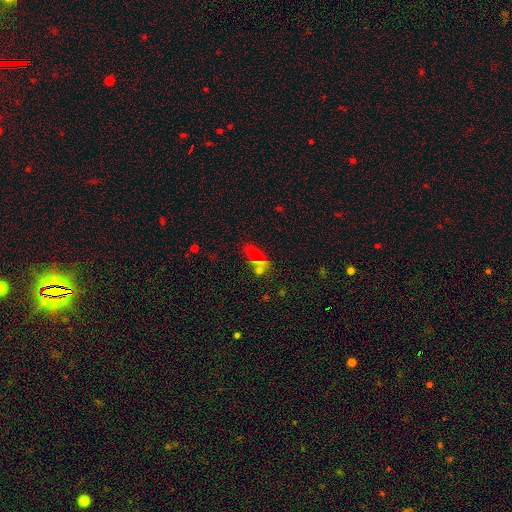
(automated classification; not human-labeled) This is possibly a smooth galaxy (56%). How rounded: possibly in between (59%). Merging: possibly none (59%).